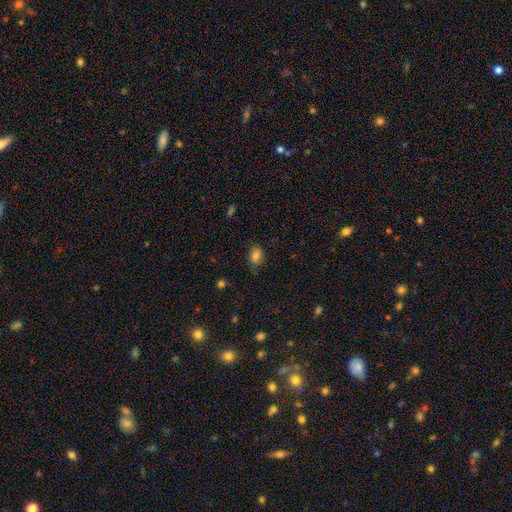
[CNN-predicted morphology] This is clearly a smooth galaxy (80%). How rounded: likely in between (71%). Merging: likely none (72%).